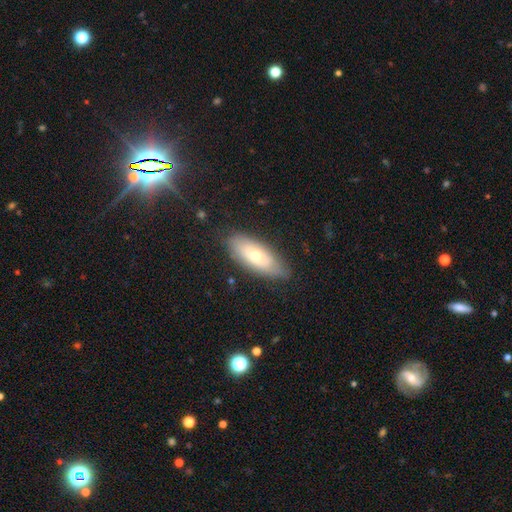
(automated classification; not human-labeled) Smooth or featured? Predicted: smooth (p=0.57). How rounded? Predicted: in between (p=0.77). Merging? Predicted: none (p=0.78).